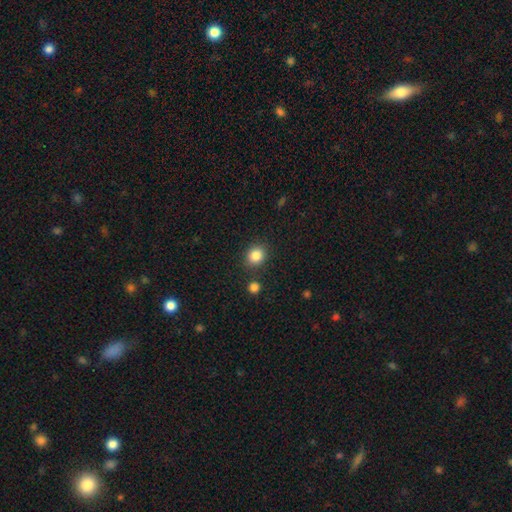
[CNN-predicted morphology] smooth 85%, star or artifact 10%, featured or disk 5%. Down the decision tree: how rounded — round (73%); merging — none (84%).